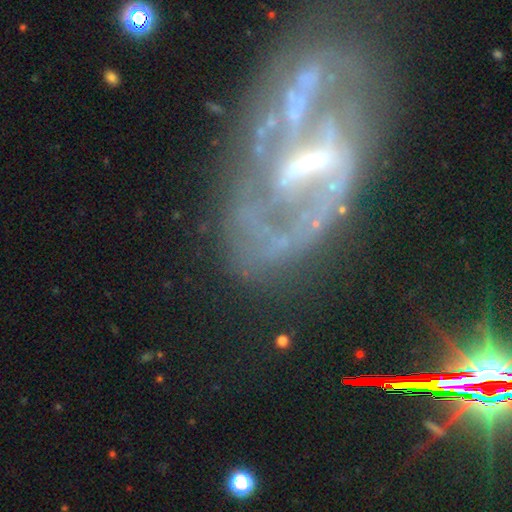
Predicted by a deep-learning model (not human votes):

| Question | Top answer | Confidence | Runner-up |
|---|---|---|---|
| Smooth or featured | featured or disk | 49% | star or artifact (27%) |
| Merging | none | 52% | major disturbance (22%) |